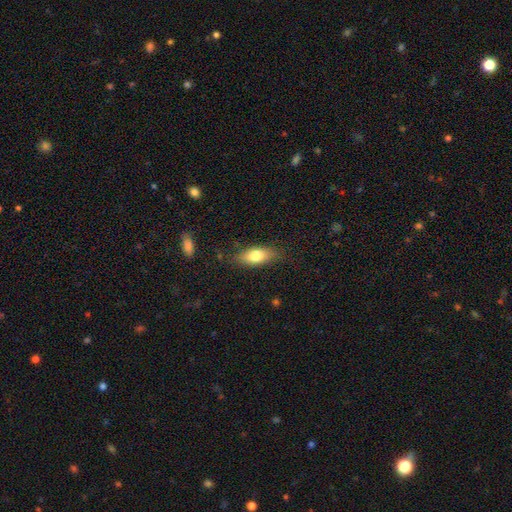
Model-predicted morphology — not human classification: A smooth galaxy with no disk features (75%) that is in between round and cigar-shaped (79%). Merging: none (80%).